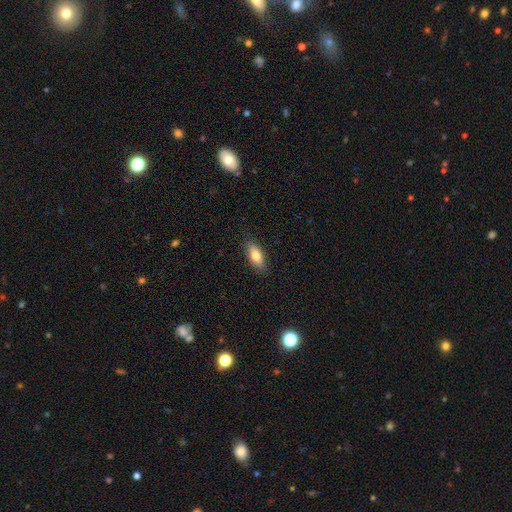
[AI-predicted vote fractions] This appears to be a smooth galaxy with no disk features (78%) that is in between round and cigar-shaped (80%). Merging: none (87%).